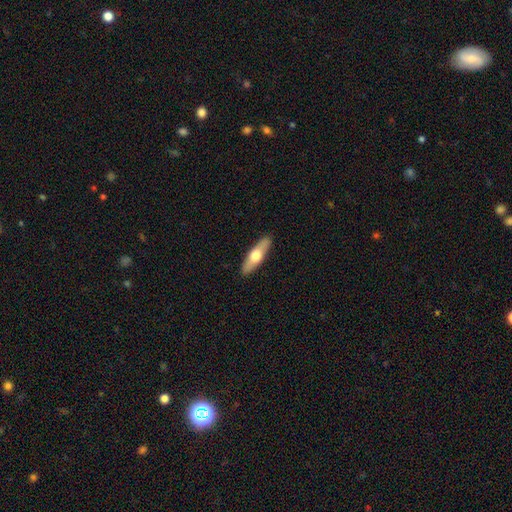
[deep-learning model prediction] This appears to be a smooth galaxy with no disk features (52%) that is cigar-shaped (58%). Merging: none (90%).